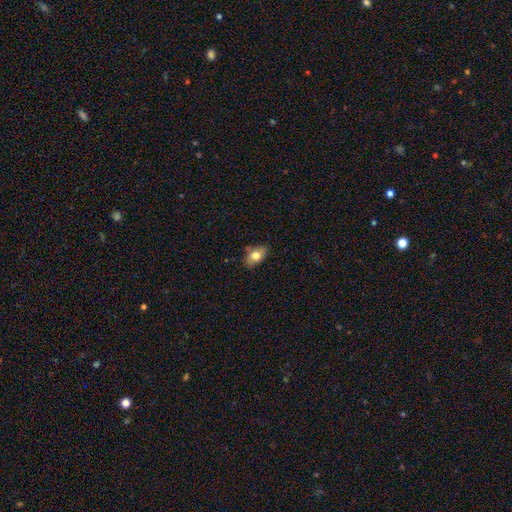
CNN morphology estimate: Q: Smooth or featured?
A: smooth (76%); runner-up: featured or disk (16%)
Q: How rounded?
A: in between (87%); runner-up: round (11%)
Q: Merging?
A: none (72%); runner-up: minor disturbance (20%)